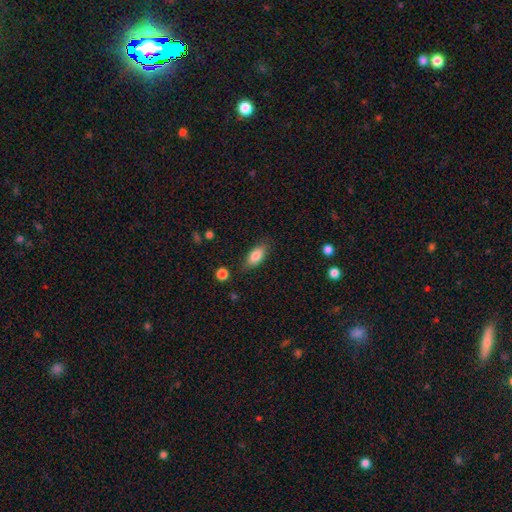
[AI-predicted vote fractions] This appears to be a smooth galaxy with no disk features (83%) that is in between round and cigar-shaped (83%). Merging: none (81%).